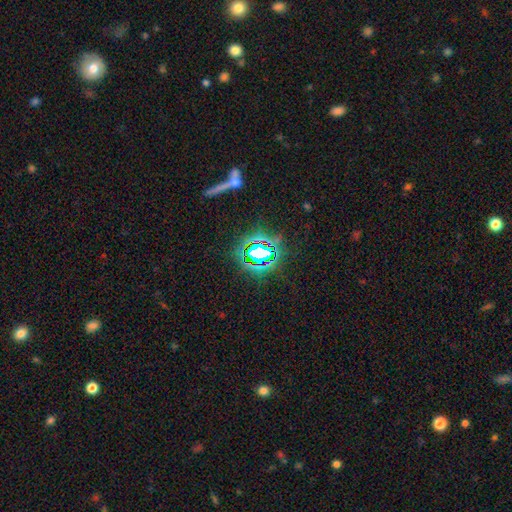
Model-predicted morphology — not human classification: Smooth or featured: star or artifact — 74% (smooth — 16%)